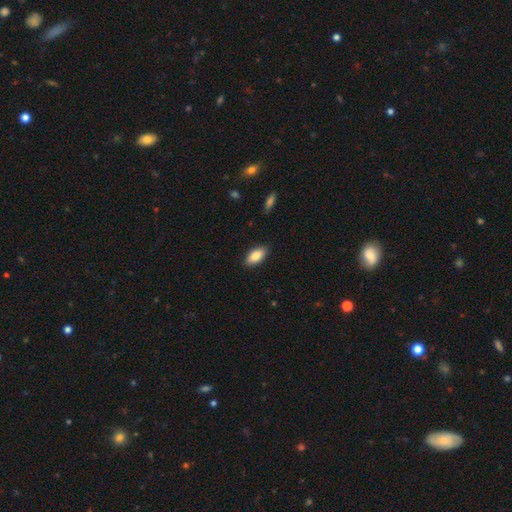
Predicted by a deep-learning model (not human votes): smooth_or_featured: smooth (p=0.87) [alt: featured or disk p=0.07]
how_rounded: in between (p=0.92) [alt: cigar-shaped p=0.05]
merging: none (p=0.87) [alt: minor disturbance p=0.10]